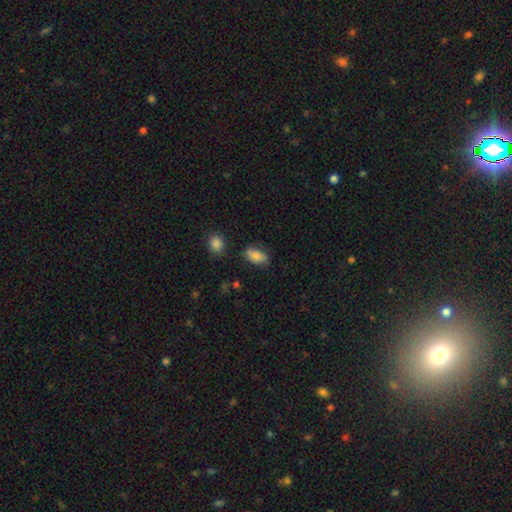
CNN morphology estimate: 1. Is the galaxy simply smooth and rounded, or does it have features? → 81% smooth, 12% featured or disk, 8% star or artifact.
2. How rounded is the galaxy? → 91% in between, 5% round, 3% cigar-shaped.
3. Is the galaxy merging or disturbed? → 74% none, 19% minor disturbance, 4% major disturbance, 3% merger.